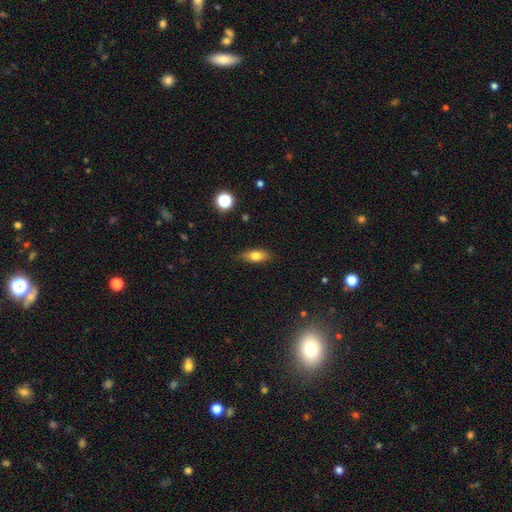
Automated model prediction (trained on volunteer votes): Smooth or featured?
  - smooth: 75% *
  - featured or disk: 16%
  - star or artifact: 8%
How rounded?
  - in between: 75% *
  - cigar-shaped: 19%
  - round: 5%
Merging?
  - none: 81% *
  - minor disturbance: 15%
  - major disturbance: 3%
  - merger: 1%